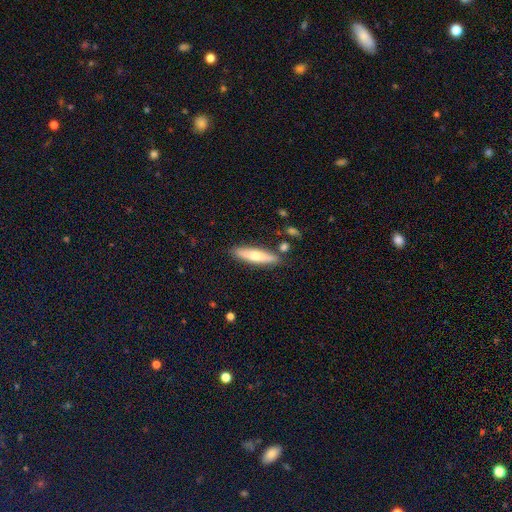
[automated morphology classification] A smooth galaxy with no disk features (57%) that is cigar-shaped (80%). Merging: none (83%).